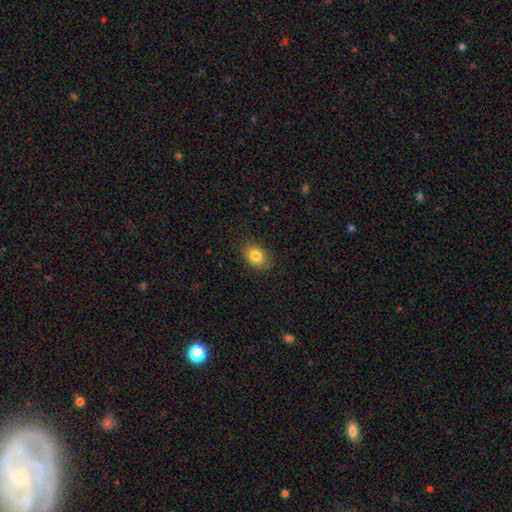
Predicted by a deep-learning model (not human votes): Morphology: type=smooth (83%); roundness=in between (76%); merging=none (85%).